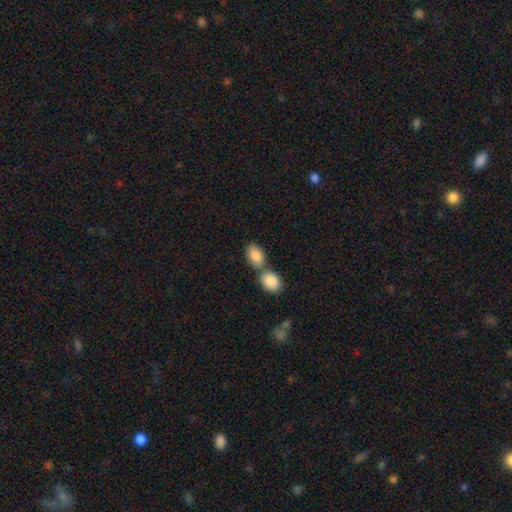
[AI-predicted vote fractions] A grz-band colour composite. It shows a smooth galaxy with no disk features (86%) that is in between round and cigar-shaped (87%). Merging: merger (44%).